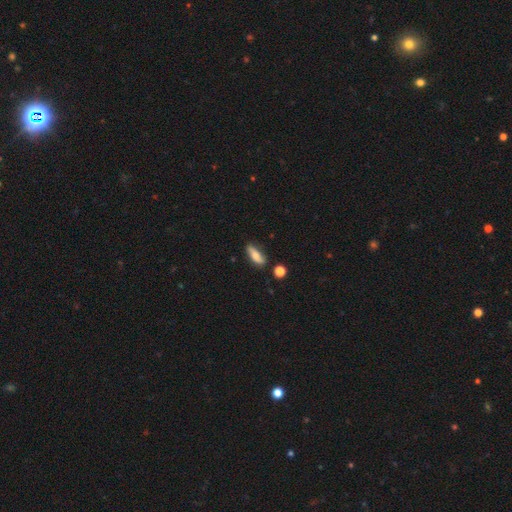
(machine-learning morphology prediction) Smooth or featured? smooth (68%)
How rounded? in between (60%)
Merging? none (76%)